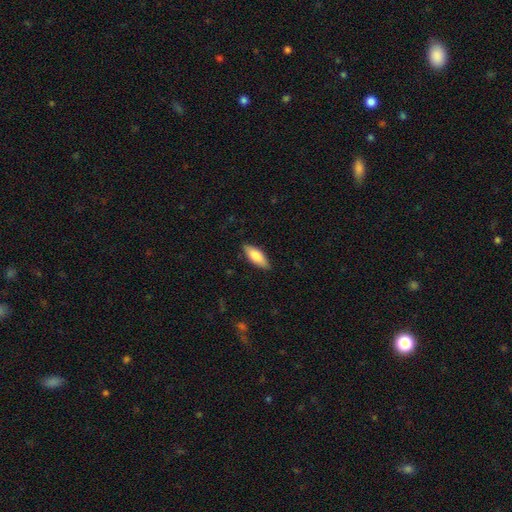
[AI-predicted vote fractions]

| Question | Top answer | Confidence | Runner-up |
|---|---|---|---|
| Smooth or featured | smooth | 78% | featured or disk (17%) |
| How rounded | in between | 69% | cigar-shaped (29%) |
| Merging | none | 86% | minor disturbance (11%) |